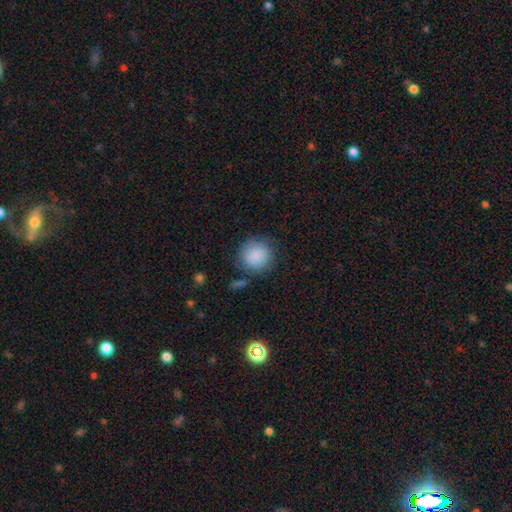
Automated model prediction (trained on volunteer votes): Smooth or featured? smooth (86%)
How rounded? round (91%)
Merging? none (77%)